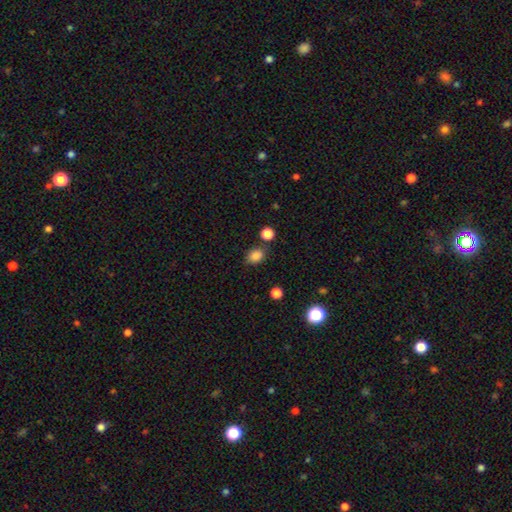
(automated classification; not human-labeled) A smooth galaxy with no disk features (85%) that is in between round and cigar-shaped (64%).

Vote fractions:
- Smooth or featured? smooth: 85% / star or artifact: 11% / featured or disk: 4%
- How rounded? in between: 64% / round: 34% / cigar-shaped: 1%
- Merging? none: 77% / minor disturbance: 13% / merger: 6% / major disturbance: 4%